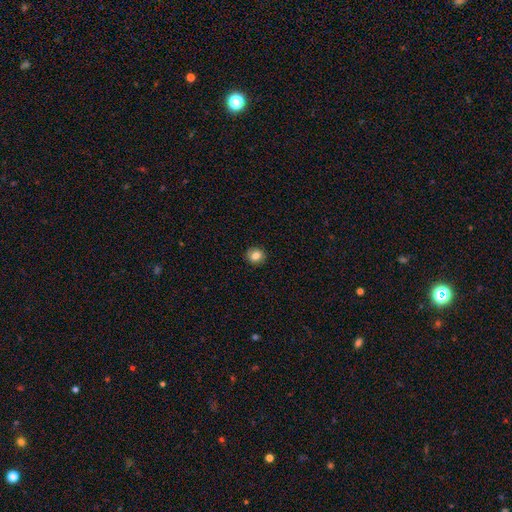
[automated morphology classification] This is clearly a smooth galaxy (82%). How rounded: clearly round (85%). Merging: clearly none (91%).